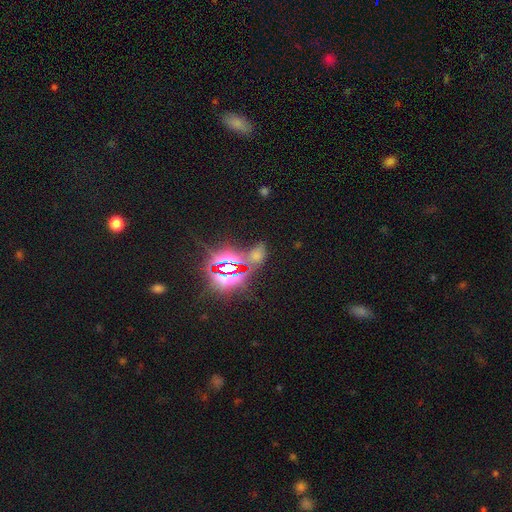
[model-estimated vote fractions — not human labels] smooth-or-featured: star or artifact: 59% | smooth: 32% | featured or disk: 9%